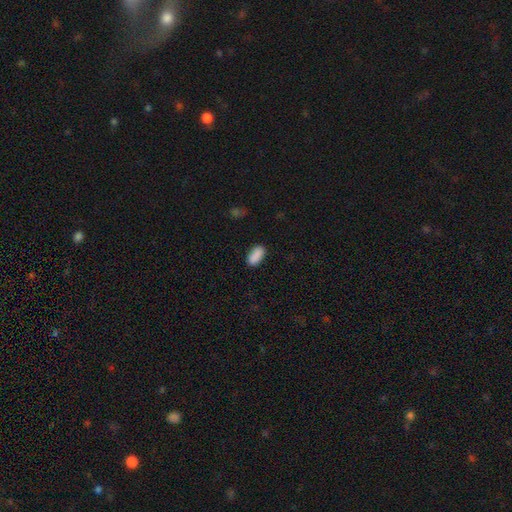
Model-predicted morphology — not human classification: Smooth or featured?
  - smooth: 89% *
  - star or artifact: 7%
  - featured or disk: 3%
How rounded?
  - in between: 91% *
  - cigar-shaped: 7%
  - round: 3%
Merging?
  - none: 85% *
  - minor disturbance: 11%
  - major disturbance: 3%
  - merger: 2%